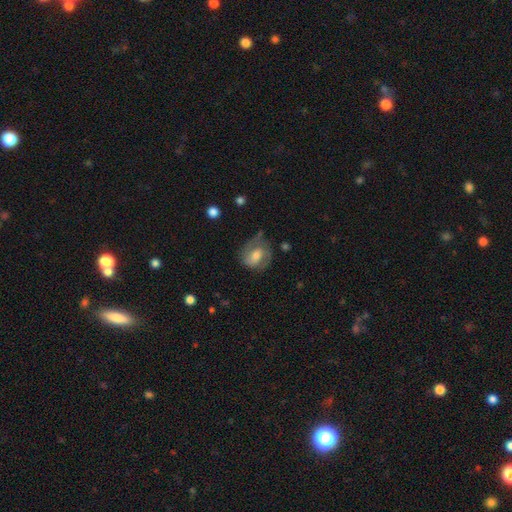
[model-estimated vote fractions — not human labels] Smooth or featured? featured or disk (53%)
Edge-on disk? no (96%)
Bar? weak (43%)
Spiral arms? yes (79%)
Bulge size? moderate (58%)
Merging? none (56%)